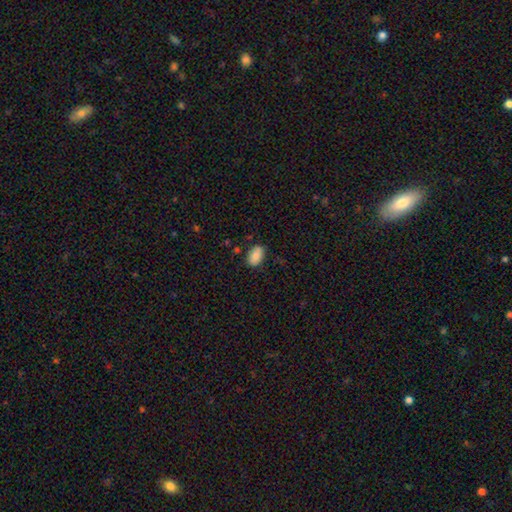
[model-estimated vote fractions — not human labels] A smooth galaxy with no disk features (84%) that is in between round and cigar-shaped (92%).

Vote fractions:
- Smooth or featured? smooth: 84% / featured or disk: 9% / star or artifact: 7%
- How rounded? in between: 92% / round: 7% / cigar-shaped: 2%
- Merging? none: 82% / minor disturbance: 14% / major disturbance: 3% / merger: 2%